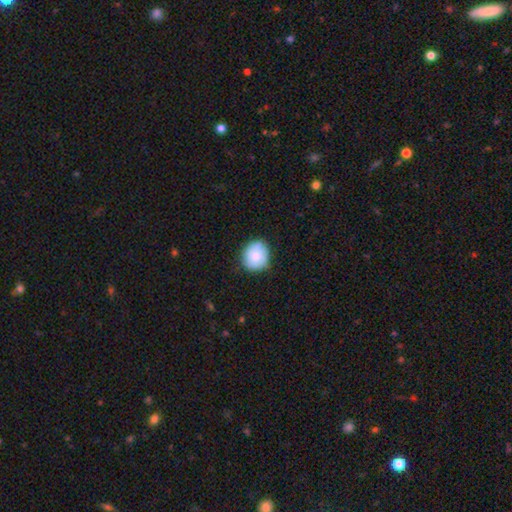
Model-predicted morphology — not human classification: type=smooth (77%); roundness=round (83%); merging=none (80%).